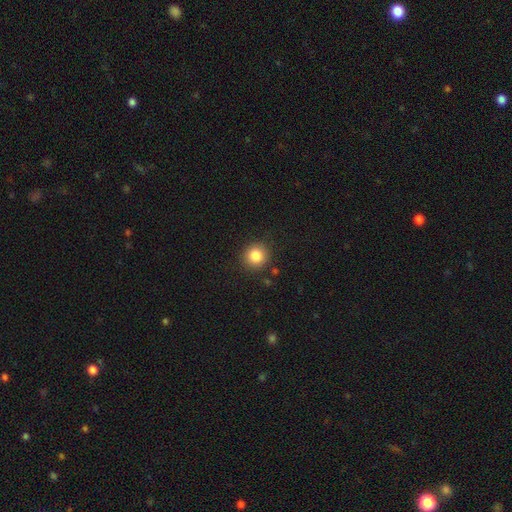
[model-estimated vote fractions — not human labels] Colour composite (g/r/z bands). It shows a smooth galaxy with no disk features (84%) that is round (92%). Merging: none (88%).